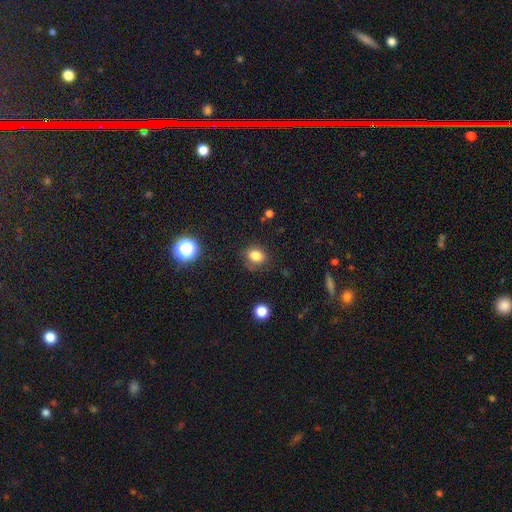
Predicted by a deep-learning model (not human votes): This is clearly a smooth galaxy (81%). How rounded: possibly in between (55%). Merging: likely none (75%).